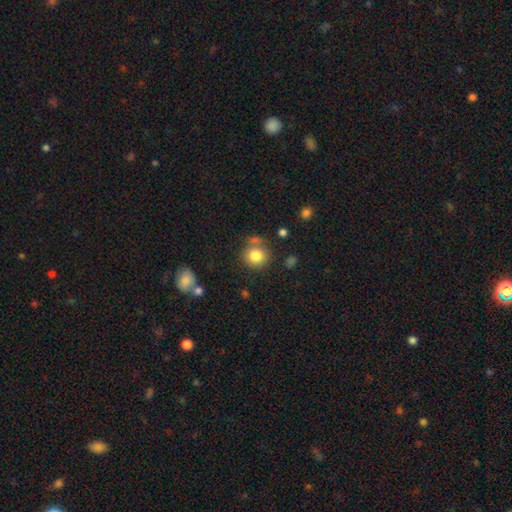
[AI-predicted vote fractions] Overall: smooth (82%). How rounded: round (89%). Merging: none (70%).